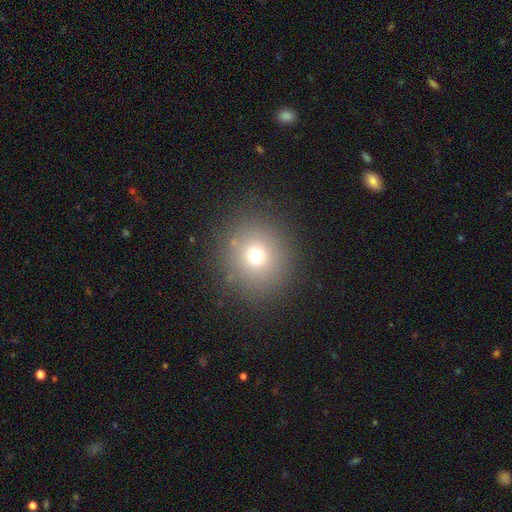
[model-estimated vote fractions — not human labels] Smooth or featured?
  - smooth: 70% *
  - star or artifact: 18%
  - featured or disk: 12%
How rounded?
  - round: 87% *
  - in between: 12%
  - cigar-shaped: 1%
Merging?
  - none: 86% *
  - minor disturbance: 8%
  - major disturbance: 4%
  - merger: 2%